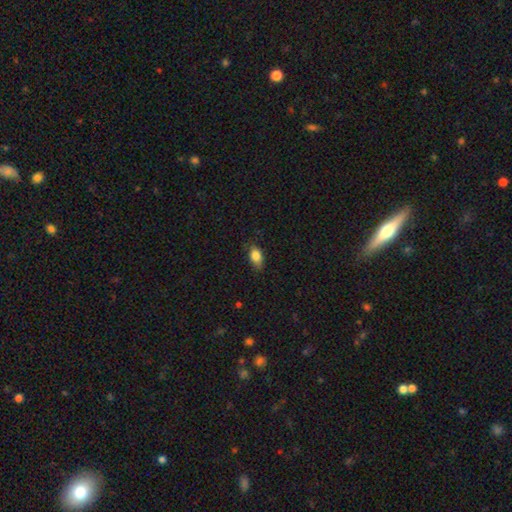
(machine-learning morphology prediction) This is clearly a smooth galaxy (83%). How rounded: clearly in between (86%). Merging: likely none (74%).